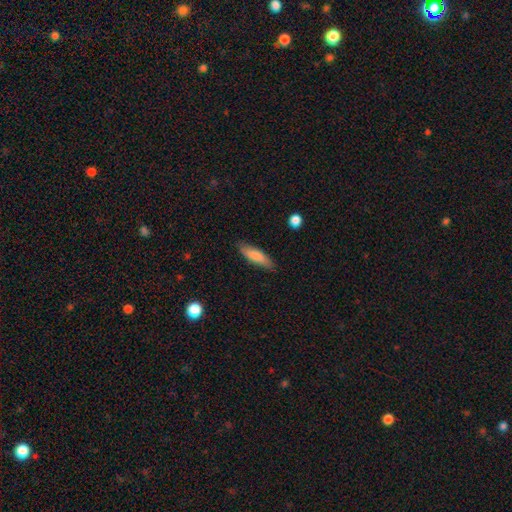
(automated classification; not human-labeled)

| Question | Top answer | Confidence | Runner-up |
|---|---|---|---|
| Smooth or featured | smooth | 81% | featured or disk (13%) |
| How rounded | cigar-shaped | 61% | in between (37%) |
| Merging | none | 84% | minor disturbance (12%) |